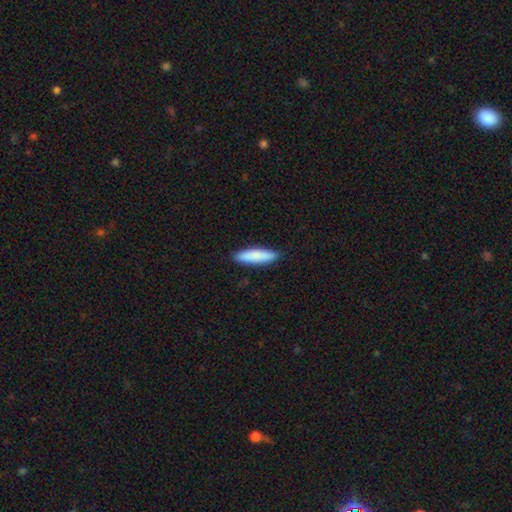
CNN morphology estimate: smooth-or-featured: smooth: 86% | featured or disk: 8% | star or artifact: 5%
  how-rounded: cigar-shaped: 70% | in between: 29% | round: 1%
  merging: none: 89% | minor disturbance: 8% | major disturbance: 2% | merger: 1%